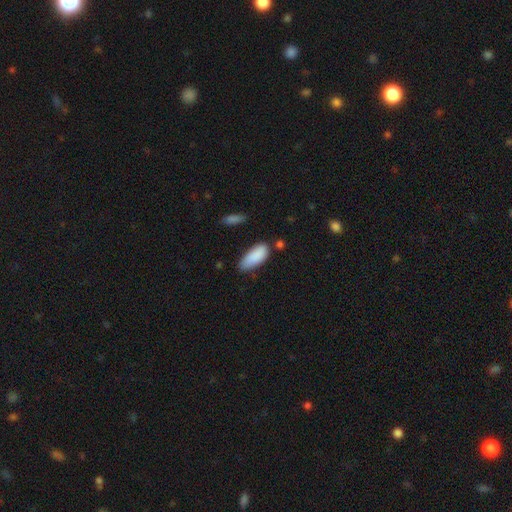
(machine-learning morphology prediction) A smooth galaxy with no disk features (88%) that is in between round and cigar-shaped (83%). Merging: none (64%).